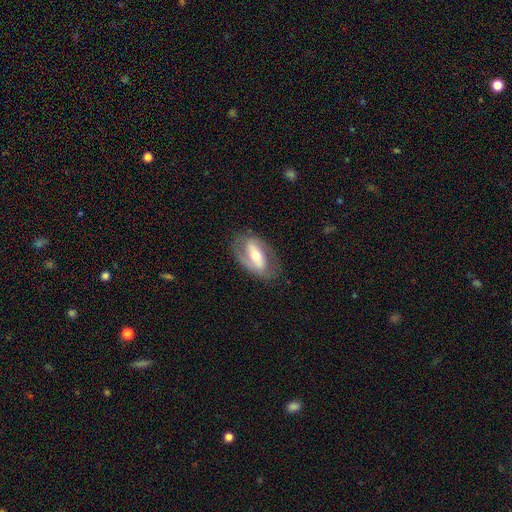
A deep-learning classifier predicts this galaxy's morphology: Smooth or featured: featured or disk — 70% (smooth — 24%)
Edge-on disk: no — 89% (yes — 11%)
Bar: strong — 54% (weak — 26%)
Spiral arms: yes — 70% (no — 30%)
Bulge size: moderate — 59% (small — 33%)
Merging: none — 75% (minor disturbance — 16%)